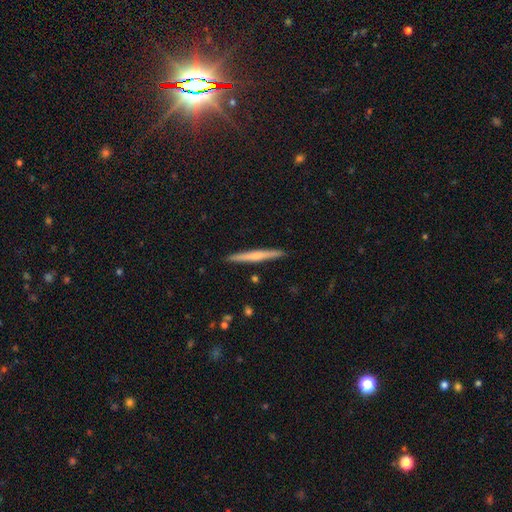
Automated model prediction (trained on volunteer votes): This appears to be a featured or disk galaxy (49%). Merging: none (92%).